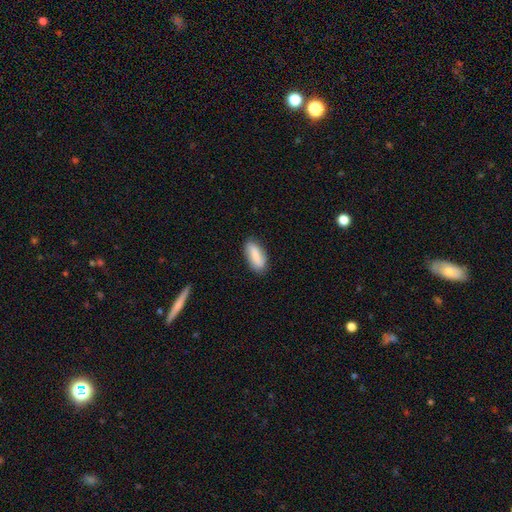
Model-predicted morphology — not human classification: Smooth or featured? smooth (81%)
How rounded? in between (77%)
Merging? none (82%)